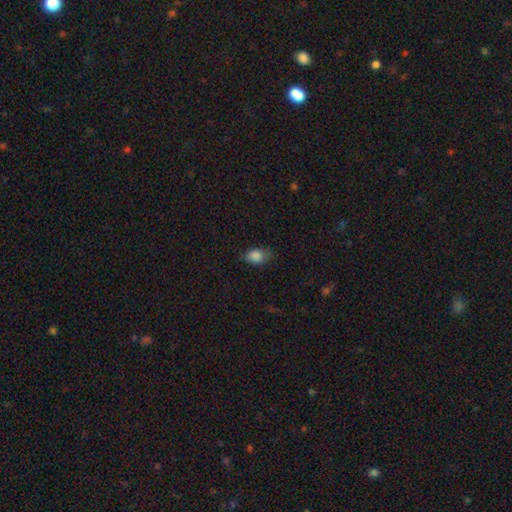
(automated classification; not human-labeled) smooth 84%, star or artifact 10%, featured or disk 6%. Down the decision tree: how rounded — in between (80%); merging — none (67%).